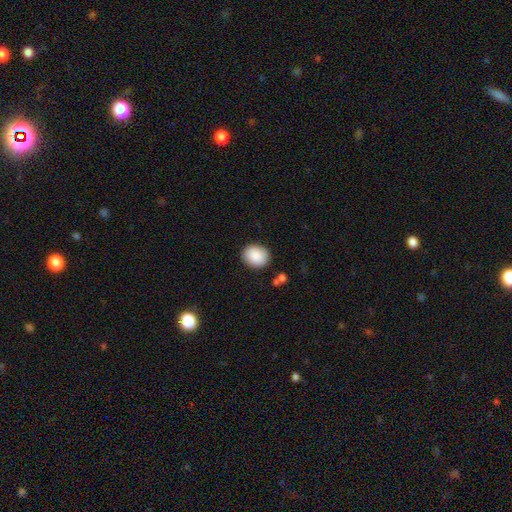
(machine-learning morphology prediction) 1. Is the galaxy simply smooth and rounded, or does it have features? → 89% smooth, 7% star or artifact, 4% featured or disk.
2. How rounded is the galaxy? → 57% round, 42% in between, 1% cigar-shaped.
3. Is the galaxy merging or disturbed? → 88% none, 8% minor disturbance, 2% major disturbance, 2% merger.